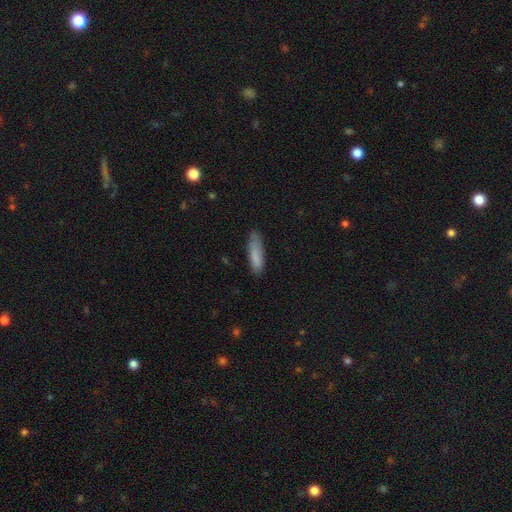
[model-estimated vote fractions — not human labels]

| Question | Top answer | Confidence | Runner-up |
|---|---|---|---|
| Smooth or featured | smooth | 84% | featured or disk (10%) |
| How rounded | cigar-shaped | 61% | in between (37%) |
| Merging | none | 71% | minor disturbance (23%) |